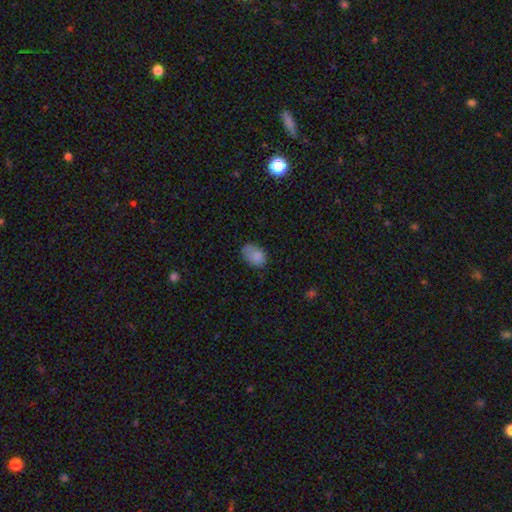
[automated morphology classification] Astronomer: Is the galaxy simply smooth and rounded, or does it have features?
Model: smooth — 81%.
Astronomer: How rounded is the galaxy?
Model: in between — 83%.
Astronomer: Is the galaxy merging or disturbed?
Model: none — 56%.